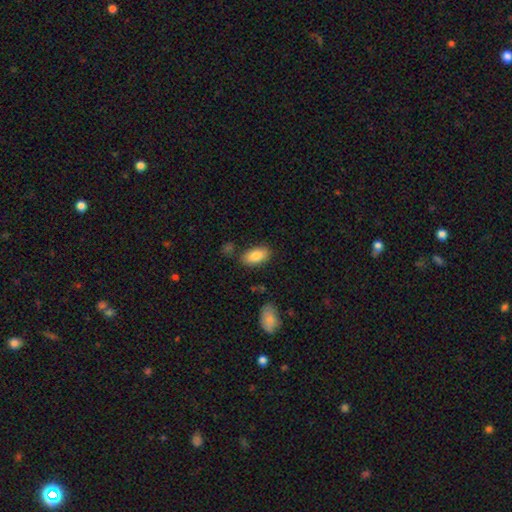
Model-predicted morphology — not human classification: Smooth or featured?
  - smooth: 85% *
  - featured or disk: 8%
  - star or artifact: 7%
How rounded?
  - in between: 93% *
  - round: 4%
  - cigar-shaped: 3%
Merging?
  - none: 80% *
  - minor disturbance: 13%
  - merger: 4%
  - major disturbance: 3%